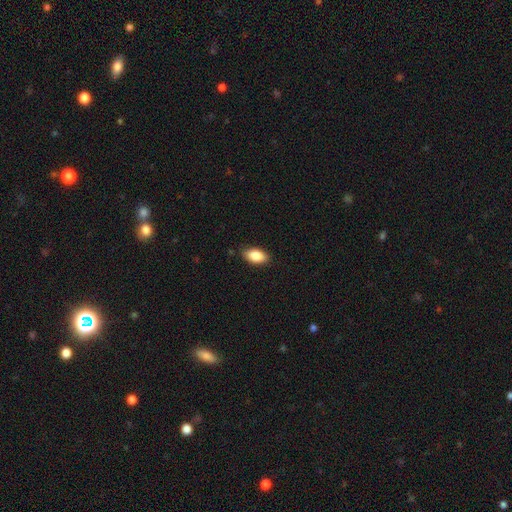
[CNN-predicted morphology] Smooth or featured? Predicted: smooth (p=0.86). How rounded? Predicted: in between (p=0.92). Merging? Predicted: none (p=0.85).